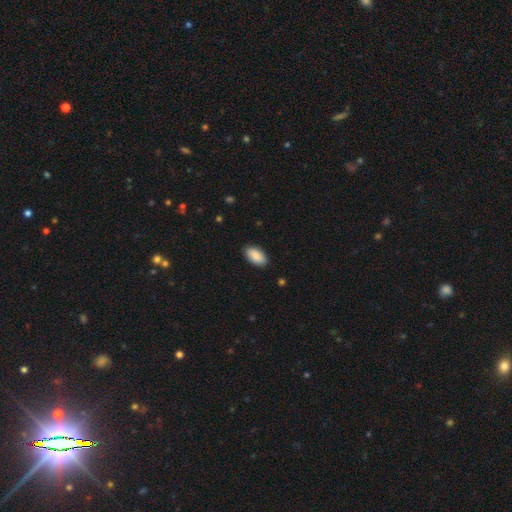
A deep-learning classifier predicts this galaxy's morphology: Smooth or featured: smooth — 90% (star or artifact — 6%)
How rounded: in between — 95% (round — 3%)
Merging: none — 89% (minor disturbance — 9%)